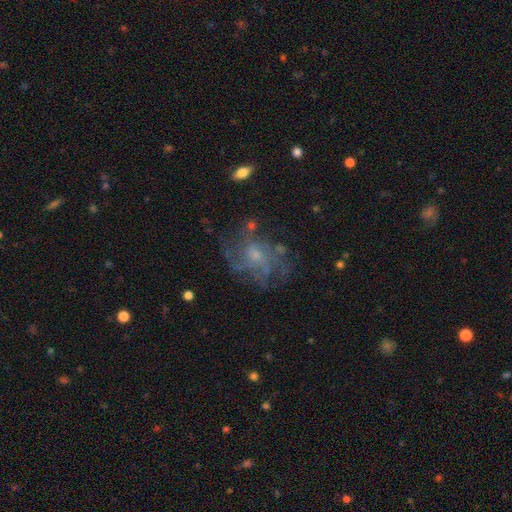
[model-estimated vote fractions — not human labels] This appears to be a featured or disk galaxy (69%) with no bar (73%), medium (43%) spiral arms (79%) and a small central bulge (53%). Merging: none (62%).